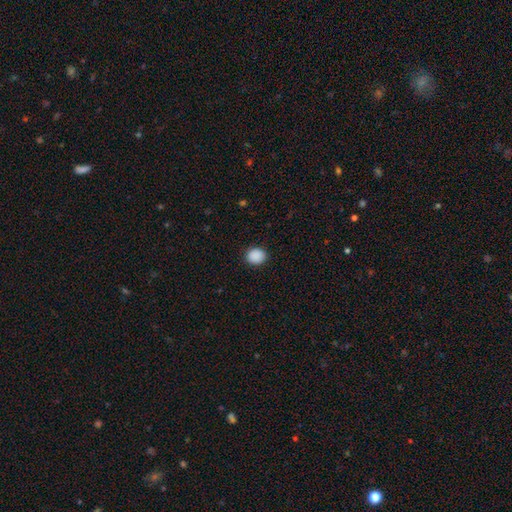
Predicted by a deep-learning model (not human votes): Morphology: type=smooth (90%); roundness=round (71%); merging=none (90%).